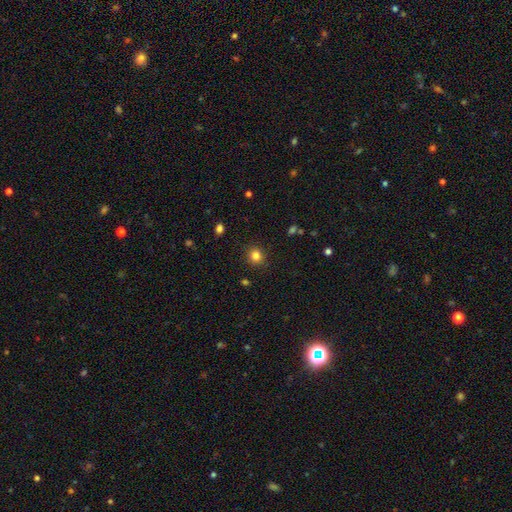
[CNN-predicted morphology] smooth 83%, star or artifact 12%, featured or disk 5%. Down the decision tree: how rounded — round (87%); merging — none (90%).